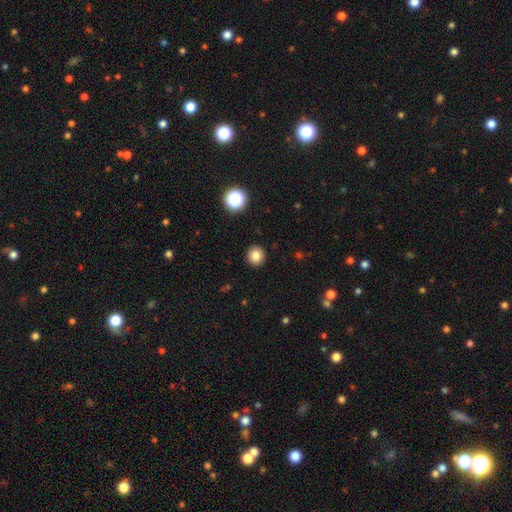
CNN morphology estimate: Q: Smooth or featured?
A: smooth (82%); runner-up: star or artifact (12%)
Q: How rounded?
A: round (91%); runner-up: in between (8%)
Q: Merging?
A: none (92%); runner-up: minor disturbance (5%)